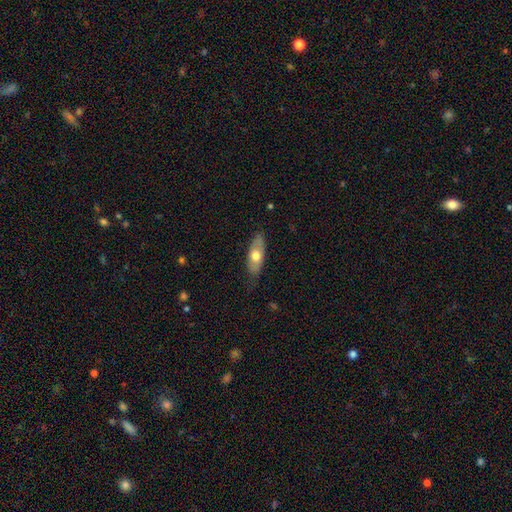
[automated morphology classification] smooth 60%, featured or disk 34%, star or artifact 6%. Down the decision tree: how rounded — in between (75%); merging — none (76%).